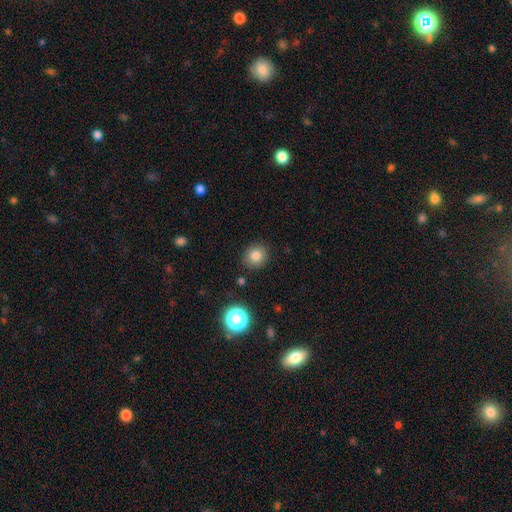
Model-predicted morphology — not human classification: smooth 80%, star or artifact 12%, featured or disk 7%. Down the decision tree: how rounded — round (83%); merging — none (88%).